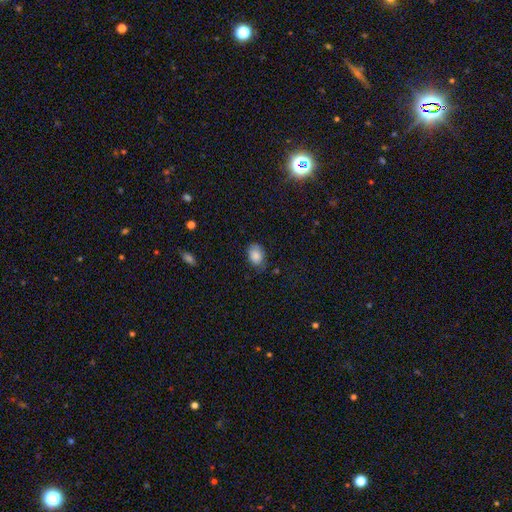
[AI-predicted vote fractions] Overall: smooth (86%). How rounded: in between (82%). Merging: none (66%; minor disturbance 27%).